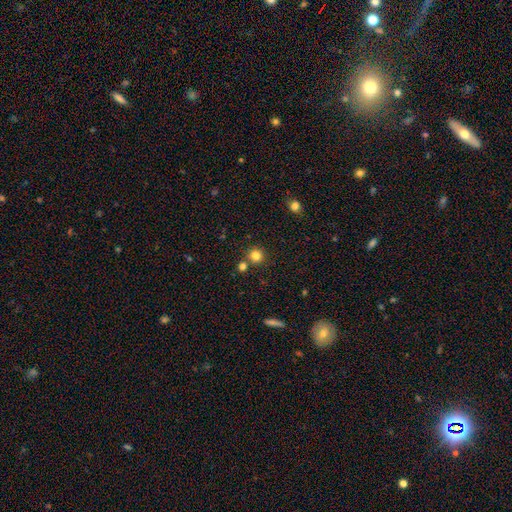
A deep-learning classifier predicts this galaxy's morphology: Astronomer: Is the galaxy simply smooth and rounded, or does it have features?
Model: smooth — 82%.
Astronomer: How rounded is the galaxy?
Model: round — 93%.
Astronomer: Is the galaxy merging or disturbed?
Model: none — 77%.